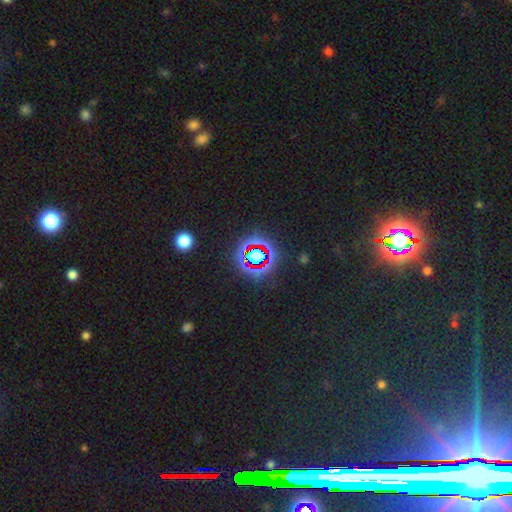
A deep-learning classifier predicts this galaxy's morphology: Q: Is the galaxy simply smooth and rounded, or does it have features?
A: star or artifact — 72%.